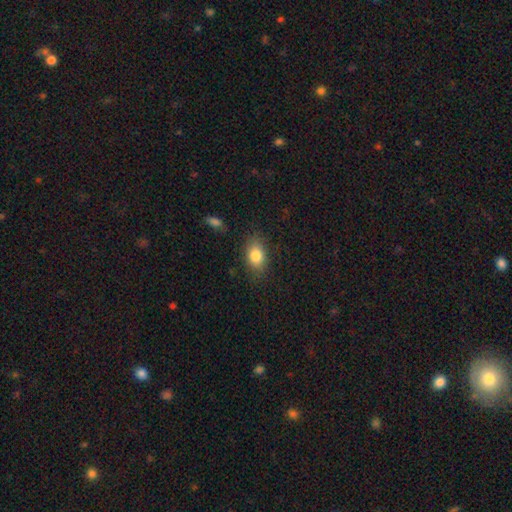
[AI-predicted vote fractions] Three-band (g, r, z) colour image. It shows a smooth galaxy with no disk features (83%) that is in between round and cigar-shaped (82%). Merging: none (81%).